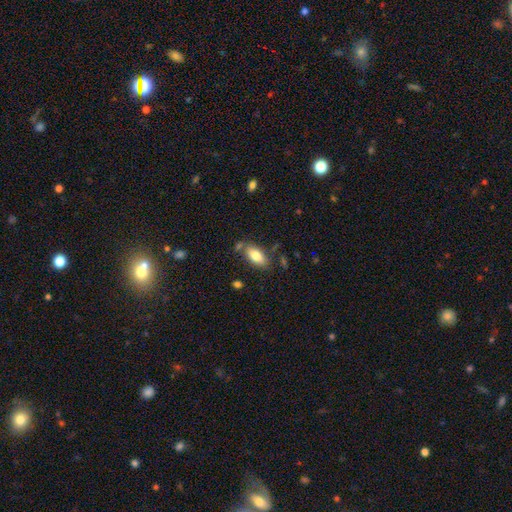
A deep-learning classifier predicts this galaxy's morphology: This is clearly a smooth galaxy (81%). How rounded: clearly in between (89%). Merging: likely none (72%).